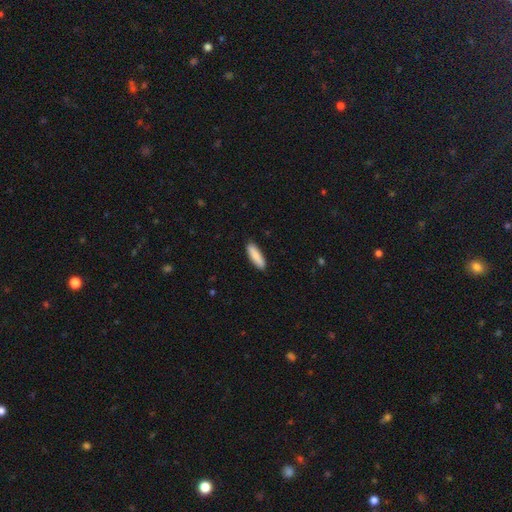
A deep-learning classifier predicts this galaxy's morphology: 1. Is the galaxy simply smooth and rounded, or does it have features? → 86% smooth, 9% featured or disk, 5% star or artifact.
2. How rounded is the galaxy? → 60% cigar-shaped, 39% in between, 2% round.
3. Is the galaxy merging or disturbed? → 89% none, 8% minor disturbance, 2% major disturbance, 1% merger.